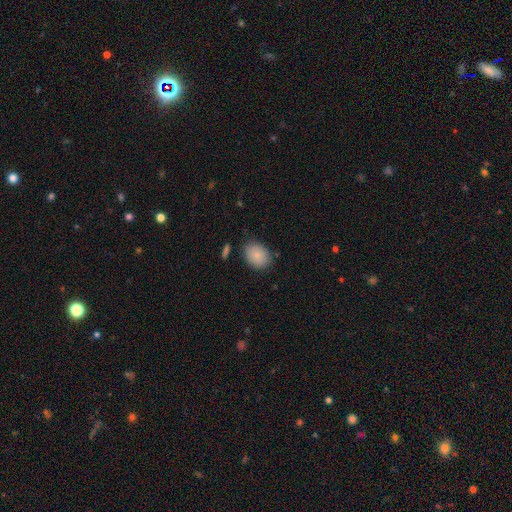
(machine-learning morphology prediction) The model was most divided on "how rounded": in between: 62%, round: 37%, cigar-shaped: 1%. More confident: smooth or featured — smooth (84%); merging — none (78%).